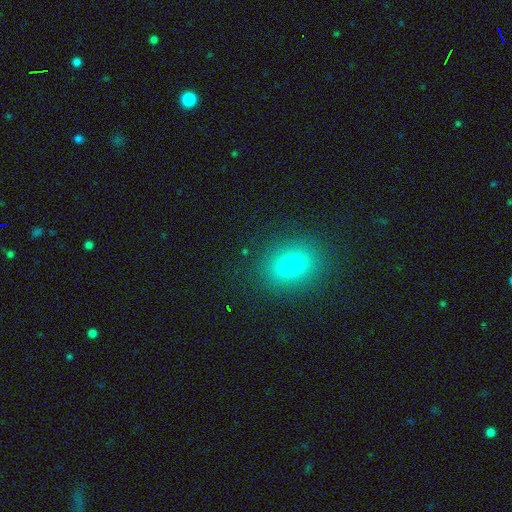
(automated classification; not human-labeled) A smooth galaxy with no disk features (71%) that is in between round and cigar-shaped (58%).

Vote fractions:
- Smooth or featured? smooth: 71% / star or artifact: 19% / featured or disk: 9%
- How rounded? in between: 58% / round: 40% / cigar-shaped: 2%
- Merging? none: 91% / minor disturbance: 6% / major disturbance: 2% / merger: 1%